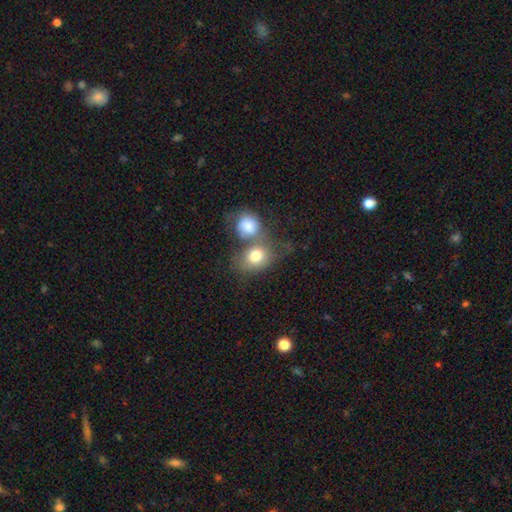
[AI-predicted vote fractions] This appears to be a smooth galaxy with no disk features (77%) that is round (57%). Merging: merger (54%).